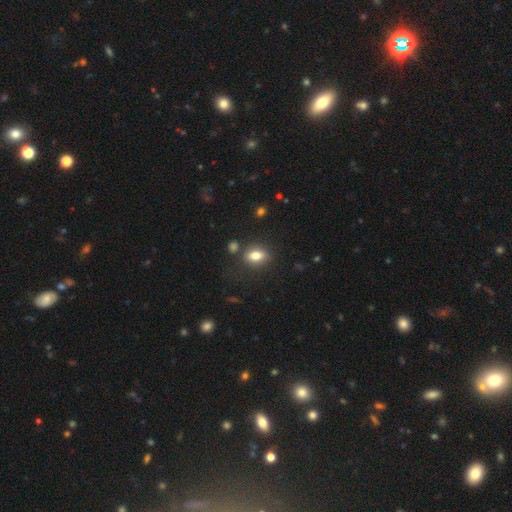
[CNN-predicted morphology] This is likely a smooth galaxy (76%). How rounded: likely in between (74%). Merging: likely none (79%).